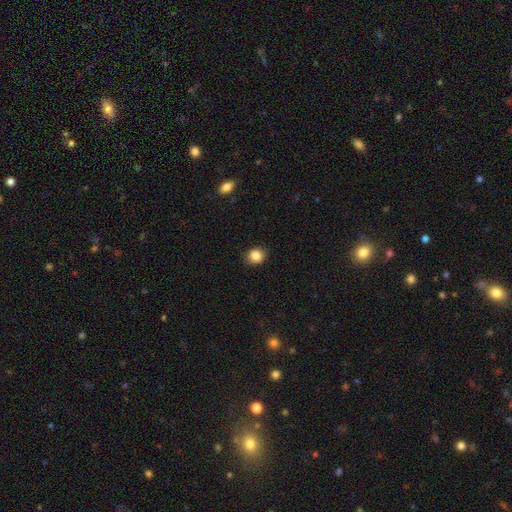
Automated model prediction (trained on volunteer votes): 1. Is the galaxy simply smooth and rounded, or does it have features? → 86% smooth, 10% star or artifact, 4% featured or disk.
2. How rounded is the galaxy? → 79% round, 20% in between, 1% cigar-shaped.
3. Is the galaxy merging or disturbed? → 87% none, 10% minor disturbance, 2% major disturbance, 1% merger.